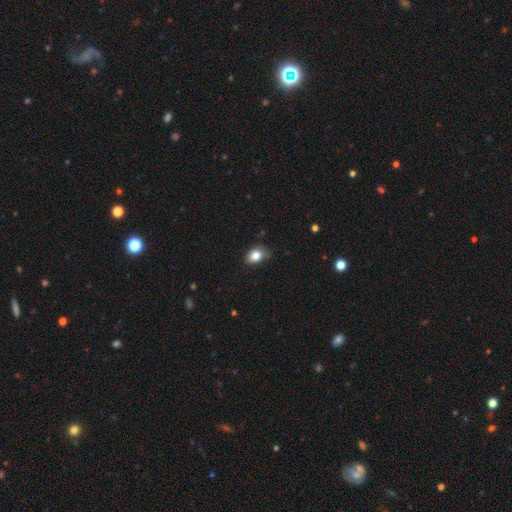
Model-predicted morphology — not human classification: Smooth or featured?
  - smooth: 81% *
  - featured or disk: 10%
  - star or artifact: 9%
How rounded?
  - in between: 68% *
  - round: 31%
  - cigar-shaped: 1%
Merging?
  - none: 66% *
  - minor disturbance: 27%
  - major disturbance: 5%
  - merger: 2%